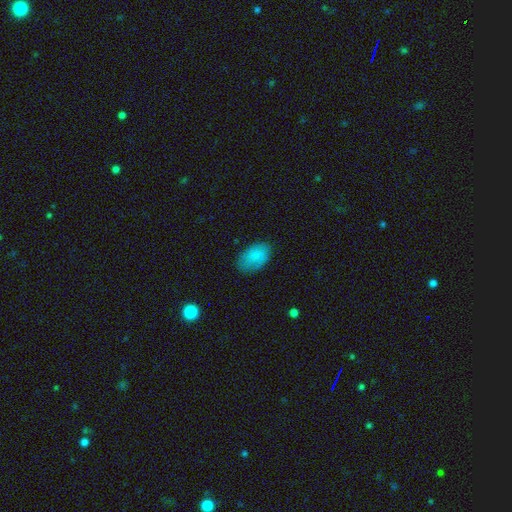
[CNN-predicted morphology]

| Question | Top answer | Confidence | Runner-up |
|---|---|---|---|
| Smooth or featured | smooth | 82% | featured or disk (10%) |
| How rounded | in between | 91% | round (8%) |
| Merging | none | 75% | minor disturbance (19%) |